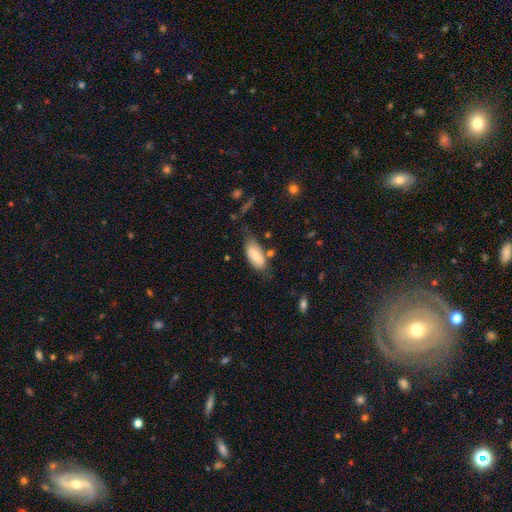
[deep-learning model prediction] Smooth or featured? smooth (77%)
How rounded? in between (87%)
Merging? none (54%)